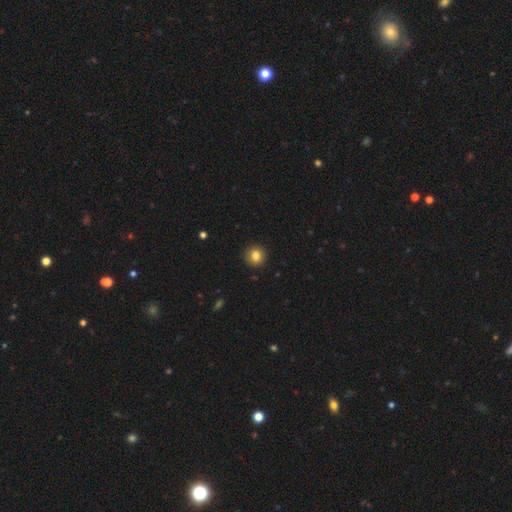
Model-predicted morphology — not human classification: Smooth or featured? smooth (83%)
How rounded? round (90%)
Merging? none (91%)